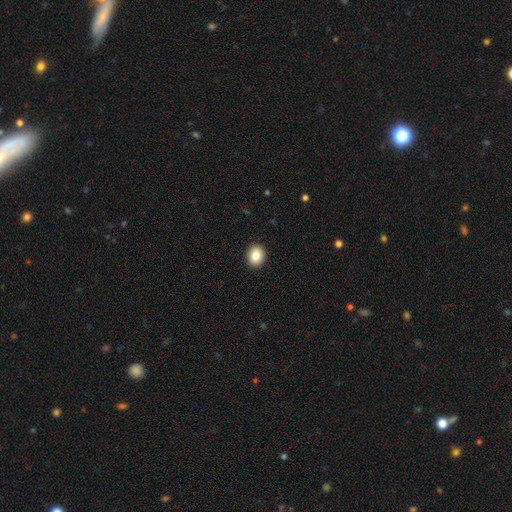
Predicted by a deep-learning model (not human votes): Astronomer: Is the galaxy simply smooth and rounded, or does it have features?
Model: smooth — 85%.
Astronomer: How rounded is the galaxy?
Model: round — 62% (runner-up: in between, 37%).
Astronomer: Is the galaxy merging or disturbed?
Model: none — 92%.